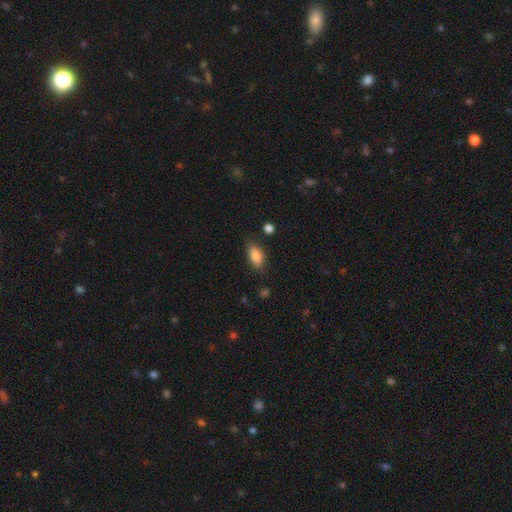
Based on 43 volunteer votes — Smooth or featured? 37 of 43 (86%) said smooth. How rounded? 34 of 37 (92%) said in between. Merging? 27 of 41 (66%) said none.